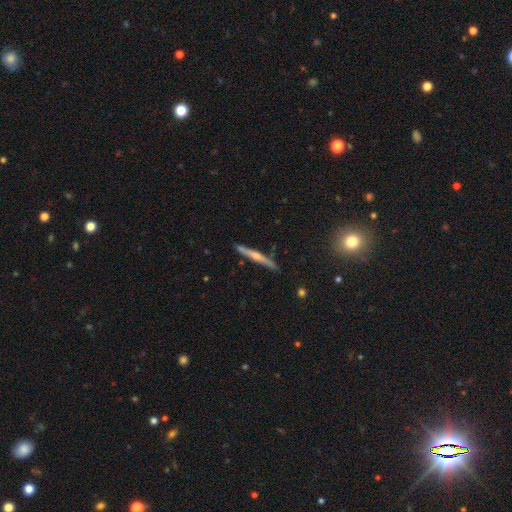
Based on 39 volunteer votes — Smooth or featured: featured or disk — 74% (smooth — 23%)
Edge-on disk: yes — 93% (no — 7%)
Edge-on bulge: rounded — 85% (boxy — 7%)
Merging: none — 89% (minor disturbance — 5%)